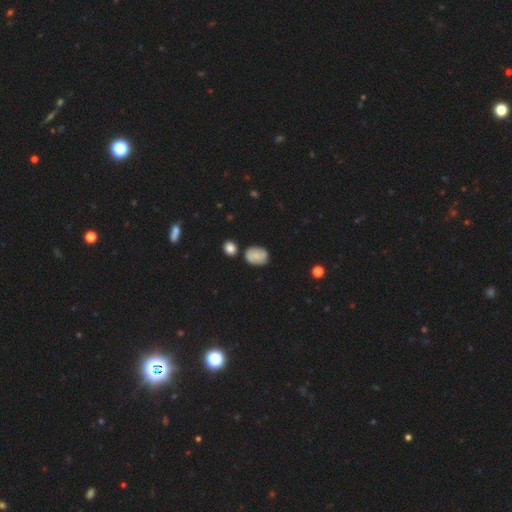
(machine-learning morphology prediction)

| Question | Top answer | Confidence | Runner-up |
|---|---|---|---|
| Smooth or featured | smooth | 73% | featured or disk (17%) |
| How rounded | in between | 74% | round (24%) |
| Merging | none | 65% | minor disturbance (22%) |